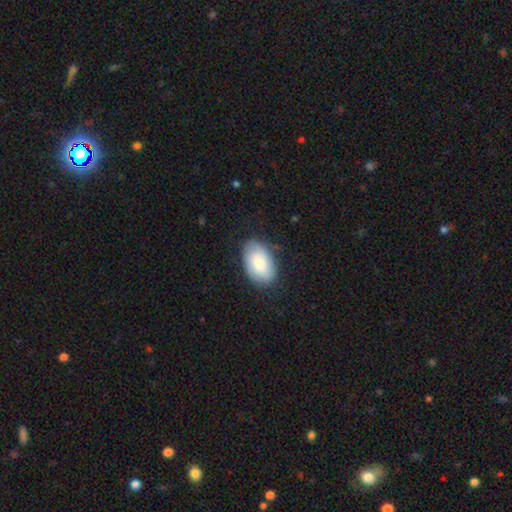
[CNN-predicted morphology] type=smooth (77%); roundness=in between (92%); merging=none (79%).